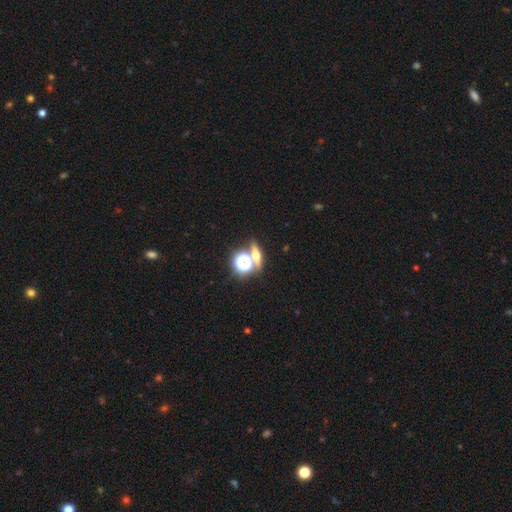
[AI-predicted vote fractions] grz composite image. It shows a smooth galaxy with no disk features (37%). Merging: none (74%).